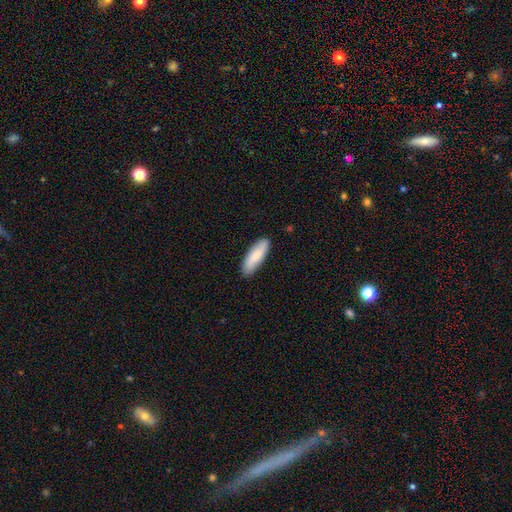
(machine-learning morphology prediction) This appears to be a smooth galaxy with no disk features (79%) that is in between round and cigar-shaped (54%). Merging: none (88%).